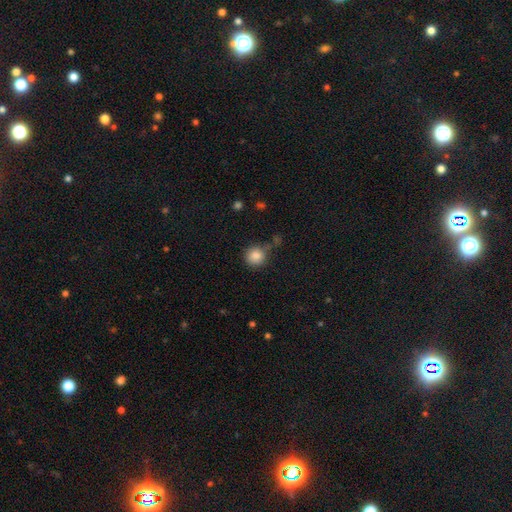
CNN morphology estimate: smooth-or-featured: smooth: 86% | star or artifact: 9% | featured or disk: 5%
  how-rounded: round: 92% | in between: 7% | cigar-shaped: 1%
  merging: none: 70% | minor disturbance: 15% | merger: 9% | major disturbance: 5%